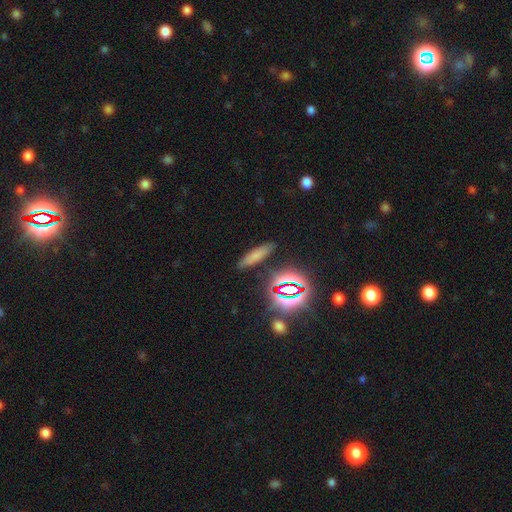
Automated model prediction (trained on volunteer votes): smooth 66%, star or artifact 21%, featured or disk 13%. Down the decision tree: how rounded — cigar-shaped (67%); merging — none (85%).